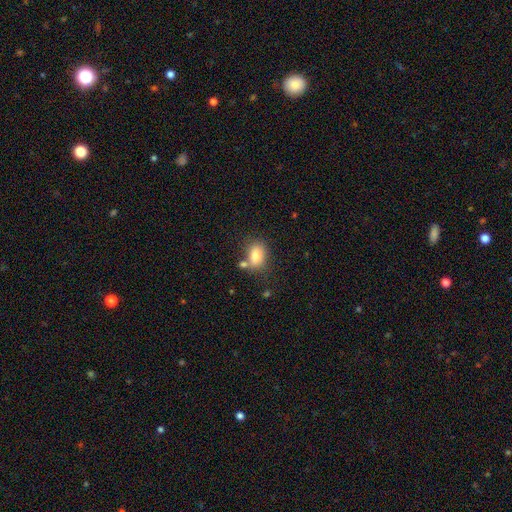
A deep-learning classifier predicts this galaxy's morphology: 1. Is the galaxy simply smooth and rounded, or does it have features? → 81% smooth, 11% featured or disk, 9% star or artifact.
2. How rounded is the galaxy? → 79% in between, 20% round, 2% cigar-shaped.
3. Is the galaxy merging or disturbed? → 58% none, 21% merger, 16% minor disturbance, 5% major disturbance.